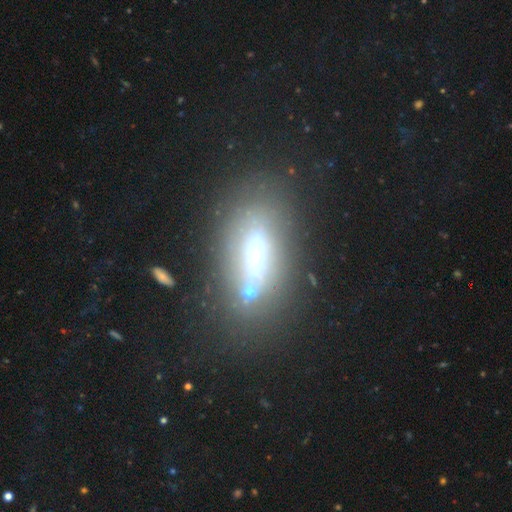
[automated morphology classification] This is possibly a featured or disk galaxy (48%). Merging: likely none (66%).